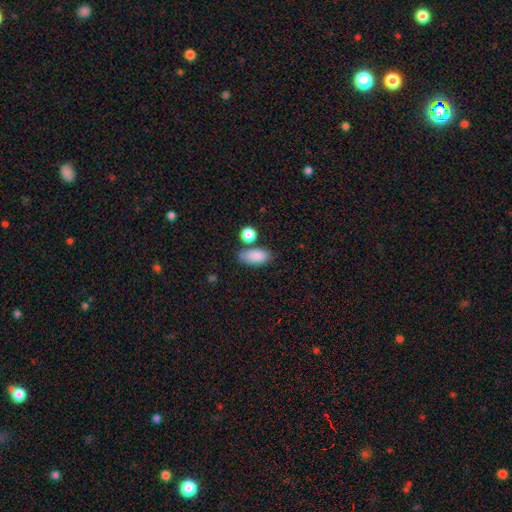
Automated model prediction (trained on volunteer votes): Smooth or featured: smooth — 86% (star or artifact — 8%)
How rounded: in between — 86% (cigar-shaped — 8%)
Merging: none — 60% (minor disturbance — 20%)